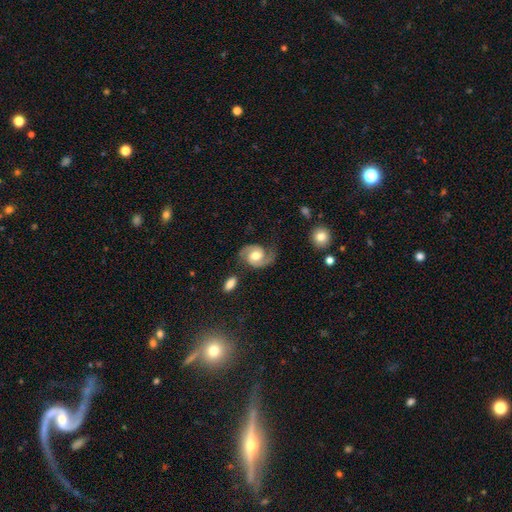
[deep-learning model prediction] smooth-or-featured: featured or disk: 84% | smooth: 11% | star or artifact: 5%
  disk-edge-on: no: 98% | yes: 2%
    bar: no: 59% | weak: 32% | strong: 9%
    has-spiral-arms: yes: 96% | no: 4%
      spiral-winding: medium: 54% | tight: 25% | loose: 21%
      spiral-arm-count: 2: 91% | 1: 3% | can't tell: 3% | 3: 1% | 4: 1% | more than 4: 1%
    bulge-size: moderate: 72% | large: 17% | small: 8% | dominant: 1% | none: 1%
  merging: none: 72% | minor disturbance: 17% | major disturbance: 8% | merger: 3%